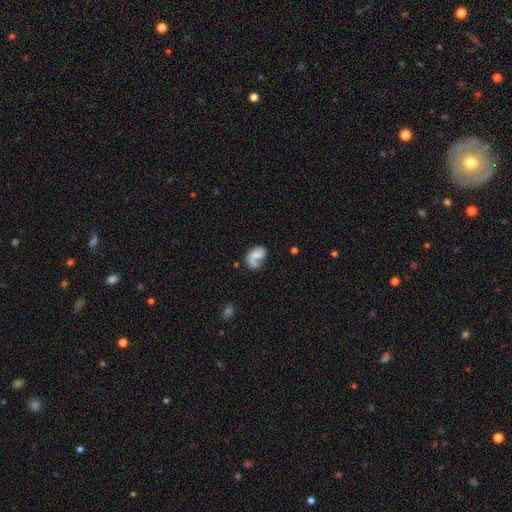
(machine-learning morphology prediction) Overall: featured or disk (47%; smooth 44%). Merging: none (37%; major disturbance 29%).